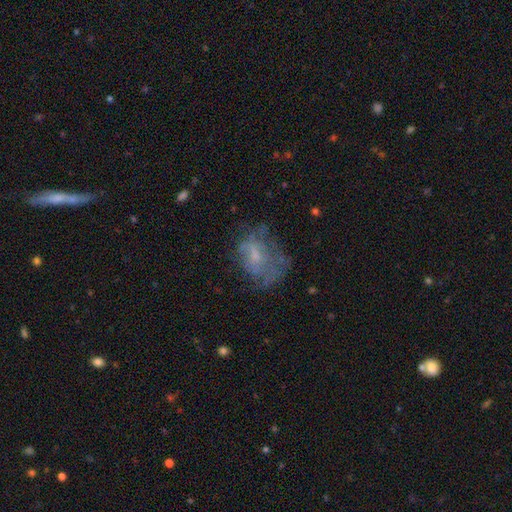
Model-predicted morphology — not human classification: Smooth or featured? featured or disk (47%)
Merging? none (43%)